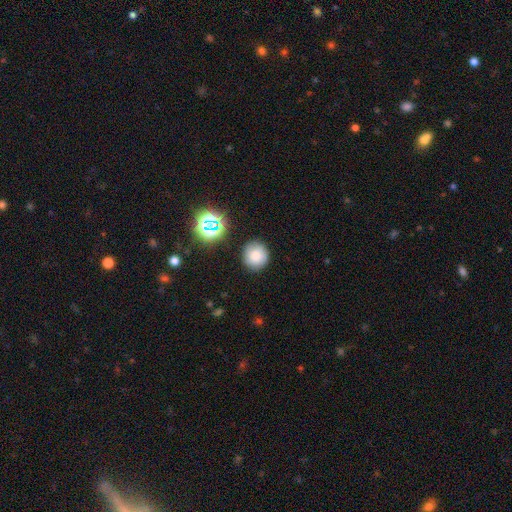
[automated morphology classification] This is likely a smooth galaxy (74%). How rounded: clearly round (87%). Merging: clearly none (83%).